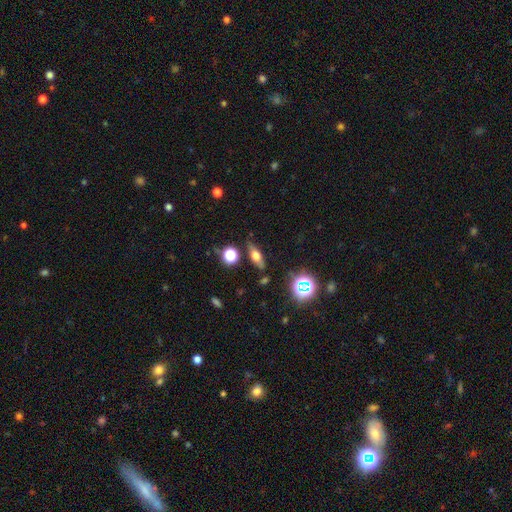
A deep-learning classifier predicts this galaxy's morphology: Smooth or featured: smooth — 50% (featured or disk — 36%)
How rounded: in between — 54% (cigar-shaped — 35%)
Merging: none — 79% (minor disturbance — 13%)